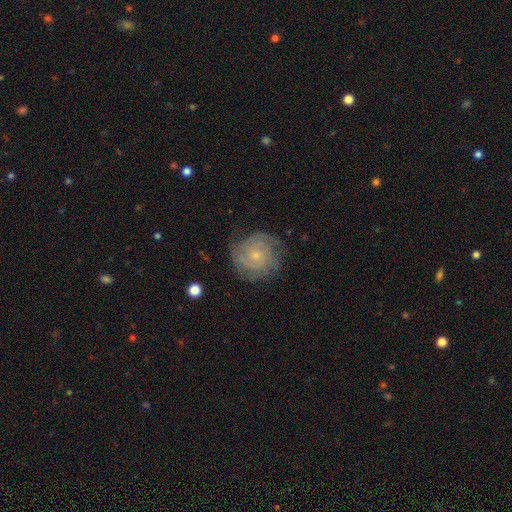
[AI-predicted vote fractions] featured or disk 79%, smooth 14%, star or artifact 7%. Down the decision tree: edge-on disk — no (98%); bar — no (76%); spiral arms — yes (95%); spiral arm count — can't tell (30%); spiral winding — tight (72%); bulge size — small (74%); merging — none (76%).